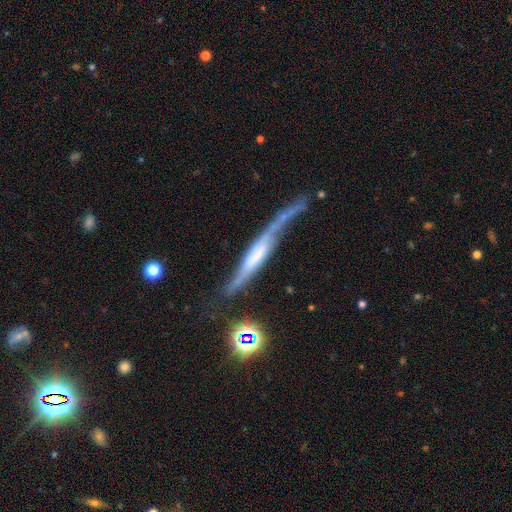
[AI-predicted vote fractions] This is likely a featured or disk galaxy (72%). It is likely viewed edge-on (72%). Edge-on bulge: marginally boxy (43%). Merging: marginally none (39%).